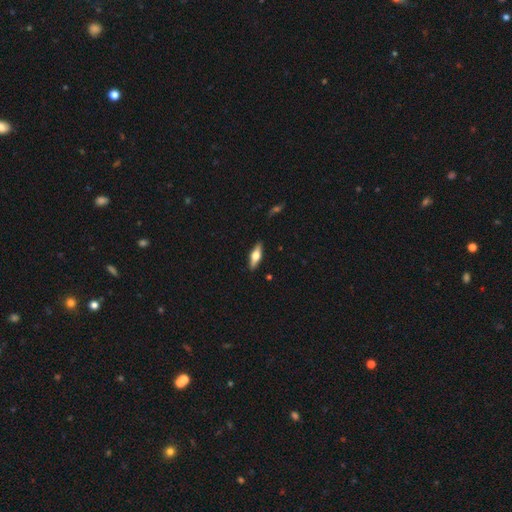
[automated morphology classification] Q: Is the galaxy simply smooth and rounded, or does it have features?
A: featured or disk — 49%.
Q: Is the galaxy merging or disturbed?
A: none — 89%.